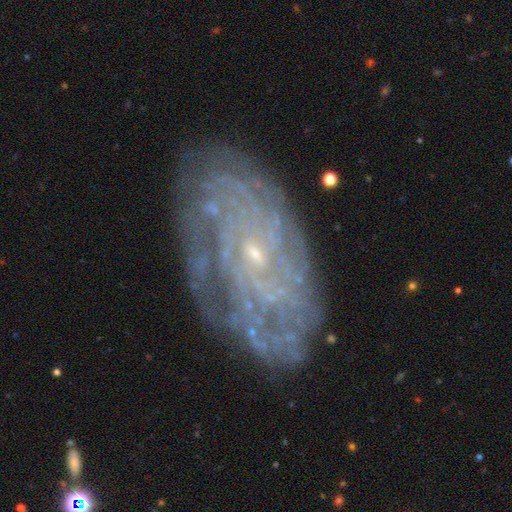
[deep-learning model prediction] This is clearly a featured or disk galaxy (83%). It is clearly not viewed edge-on (95%). Bar: likely no (72%). Spiral arm pattern: clearly yes (92%). Spiral arm count: marginally can't tell (43%). Spiral winding: likely tight (78%). Central bulge: clearly small (85%). Merging: likely none (79%).